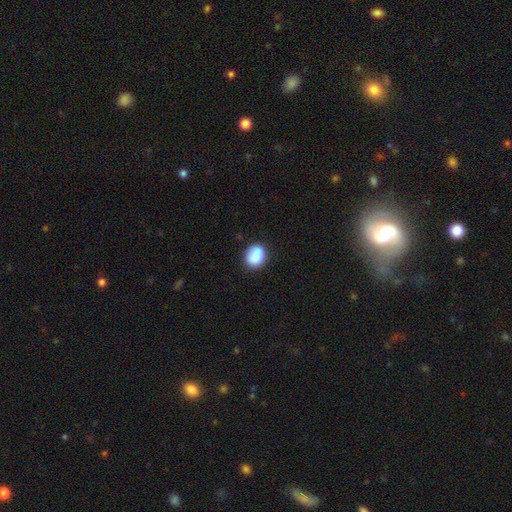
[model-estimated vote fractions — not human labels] The model was most divided on "how rounded": round: 65%, in between: 34%, cigar-shaped: 1%. More confident: smooth or featured — smooth (86%); merging — none (78%).